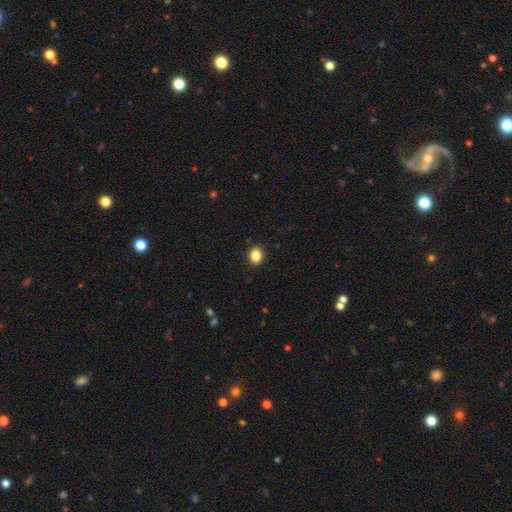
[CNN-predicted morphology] Overall: smooth (86%). How rounded: in between (58%; round 41%). Merging: none (89%).